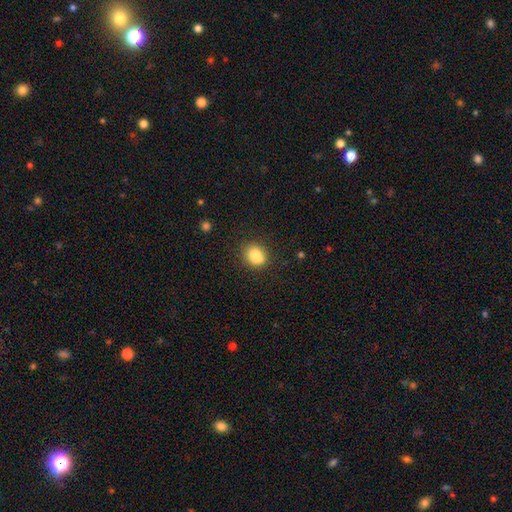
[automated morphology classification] type=smooth (85%); roundness=round (53%); merging=none (76%).